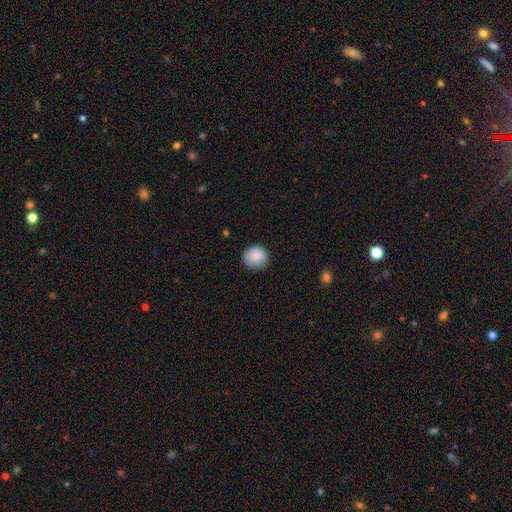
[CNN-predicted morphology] The model was most divided on "merging": none: 83%, minor disturbance: 14%, major disturbance: 2%, merger: 1%. More confident: how rounded — round (90%); smooth or featured — smooth (86%).